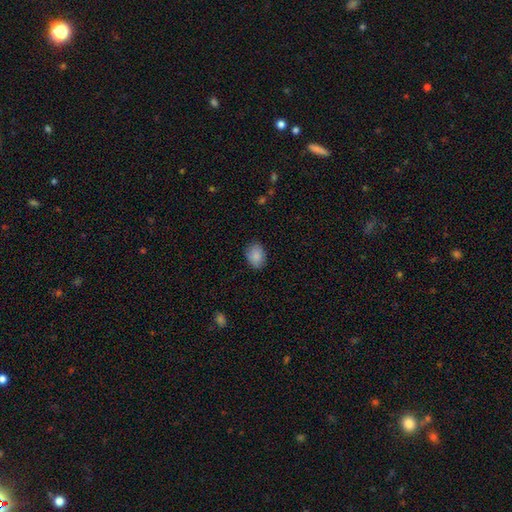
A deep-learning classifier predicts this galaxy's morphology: Smooth or featured? smooth (88%)
How rounded? in between (70%)
Merging? none (84%)